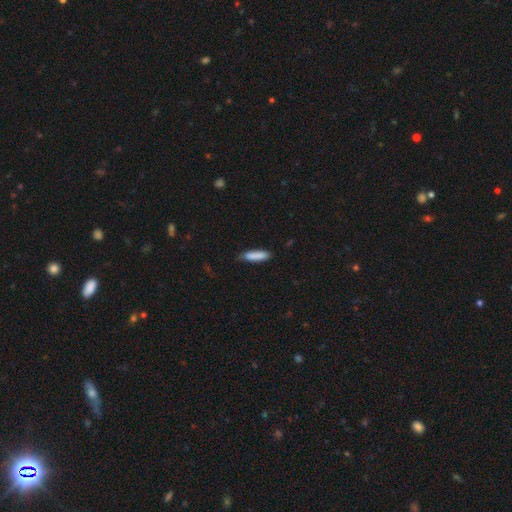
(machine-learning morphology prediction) A smooth galaxy with no disk features (86%) that is cigar-shaped (71%). Merging: none (75%).